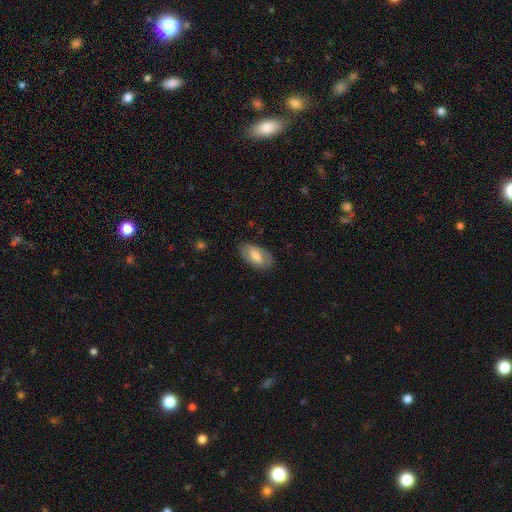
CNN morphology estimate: Smooth or featured?
  - smooth: 60% *
  - featured or disk: 33%
  - star or artifact: 6%
How rounded?
  - in between: 93% *
  - round: 4%
  - cigar-shaped: 3%
Merging?
  - none: 80% *
  - minor disturbance: 15%
  - major disturbance: 4%
  - merger: 1%